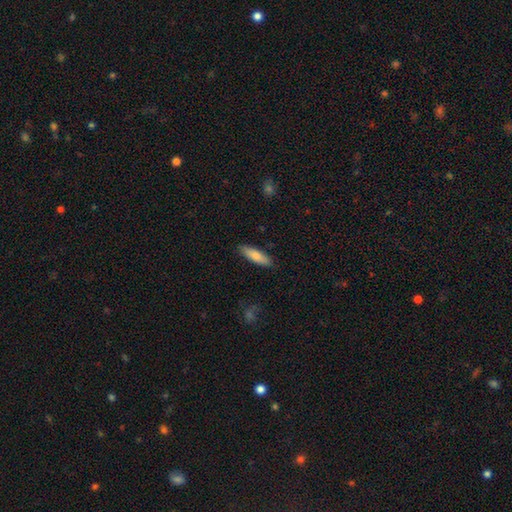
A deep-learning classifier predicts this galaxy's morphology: Q: Smooth or featured?
A: smooth (81%); runner-up: featured or disk (14%)
Q: How rounded?
A: cigar-shaped (57%); runner-up: in between (41%)
Q: Merging?
A: none (88%); runner-up: minor disturbance (9%)